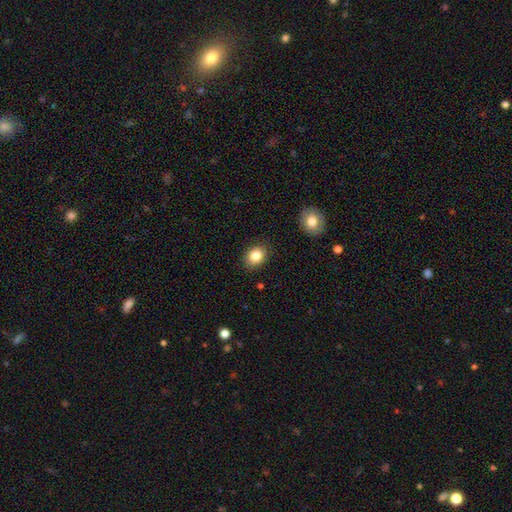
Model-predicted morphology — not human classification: Q: Smooth or featured?
A: smooth (83%); runner-up: star or artifact (10%)
Q: How rounded?
A: in between (52%); runner-up: round (47%)
Q: Merging?
A: none (86%); runner-up: minor disturbance (10%)